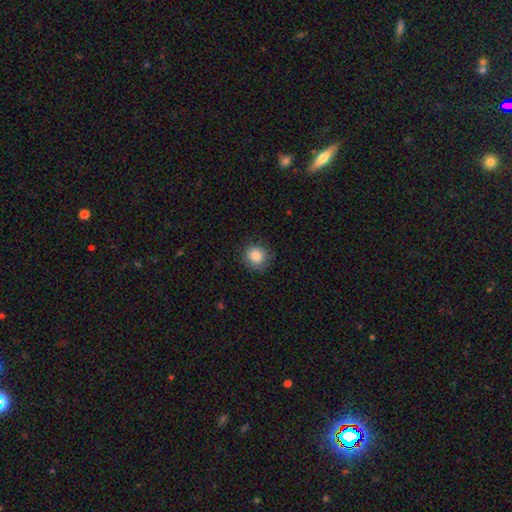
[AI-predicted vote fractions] smooth-or-featured: smooth: 86% | star or artifact: 9% | featured or disk: 6%
  how-rounded: round: 88% | in between: 11% | cigar-shaped: 1%
  merging: none: 83% | minor disturbance: 13% | major disturbance: 3% | merger: 1%